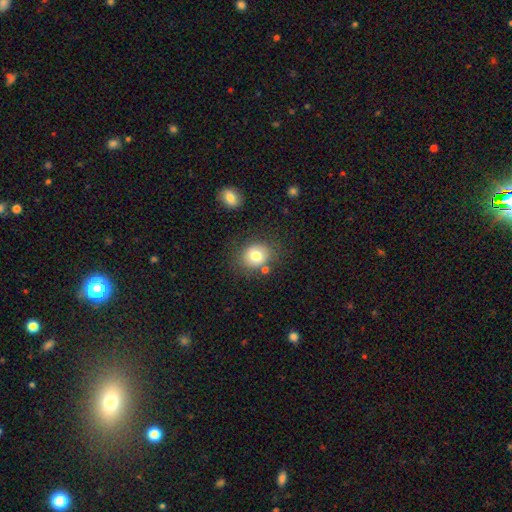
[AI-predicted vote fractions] This is likely a smooth galaxy (77%). How rounded: likely round (72%). Merging: likely none (74%).